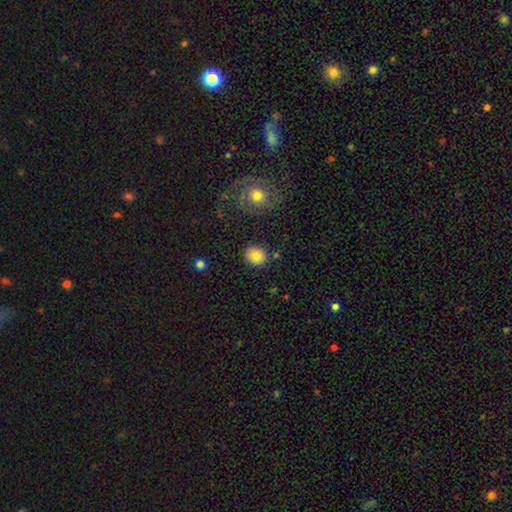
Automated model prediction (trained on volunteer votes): smooth-or-featured: smooth: 83% | star or artifact: 9% | featured or disk: 8%
  how-rounded: round: 80% | in between: 19% | cigar-shaped: 1%
  merging: none: 85% | minor disturbance: 9% | merger: 3% | major disturbance: 3%